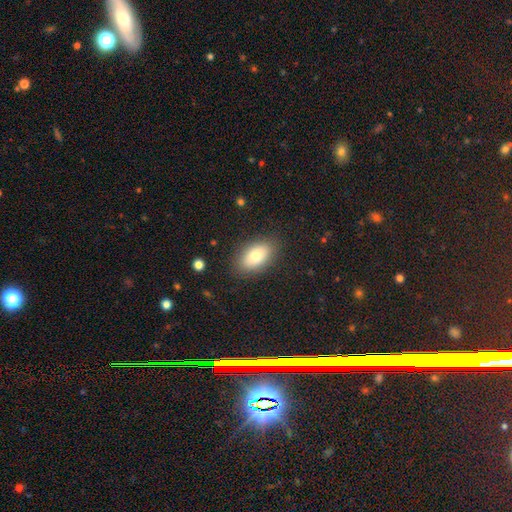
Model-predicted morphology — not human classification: Q: Smooth or featured?
A: smooth (75%); runner-up: featured or disk (17%)
Q: How rounded?
A: in between (90%); runner-up: round (8%)
Q: Merging?
A: none (85%); runner-up: minor disturbance (10%)